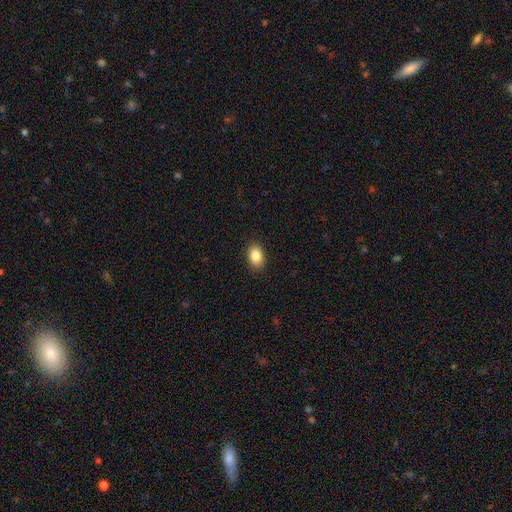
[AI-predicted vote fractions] This appears to be a smooth galaxy with no disk features (86%) that is in between round and cigar-shaped (82%). Merging: none (89%).